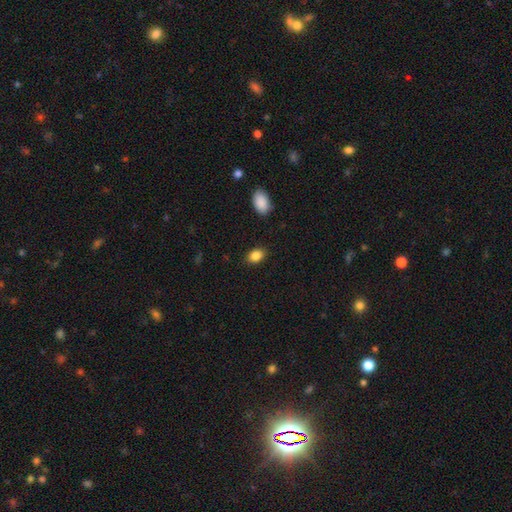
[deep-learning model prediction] This is clearly a smooth galaxy (86%). How rounded: likely in between (75%). Merging: clearly none (87%).